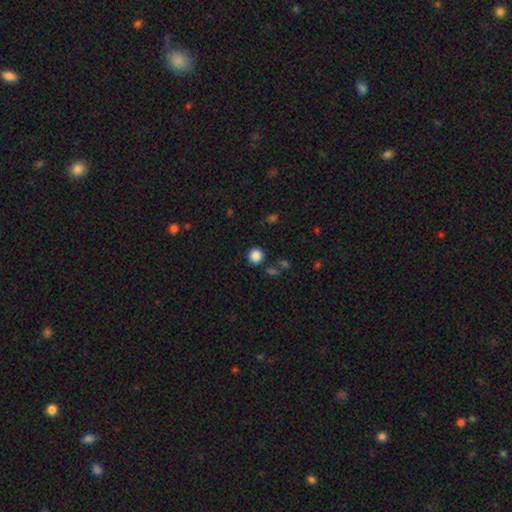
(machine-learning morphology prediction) Q: Smooth or featured?
A: smooth (87%); runner-up: star or artifact (11%)
Q: How rounded?
A: round (94%); runner-up: in between (5%)
Q: Merging?
A: none (87%); runner-up: minor disturbance (7%)